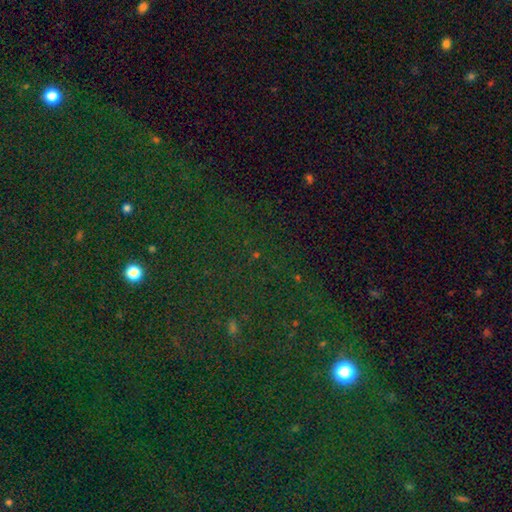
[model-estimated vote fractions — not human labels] This appears to be a star or artifact, not a galaxy (80%).